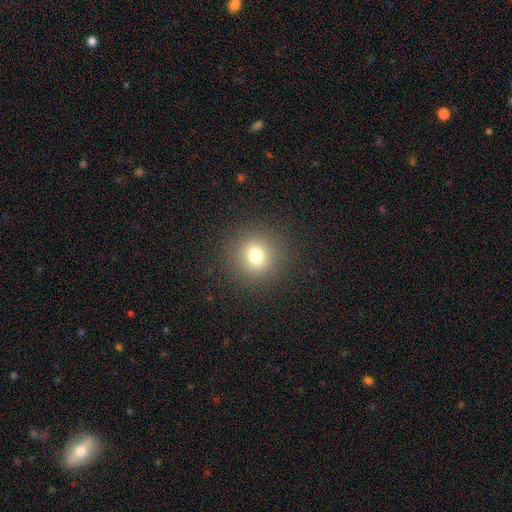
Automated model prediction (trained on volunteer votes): smooth 75%, star or artifact 15%, featured or disk 10%. Down the decision tree: how rounded — round (91%); merging — none (89%).